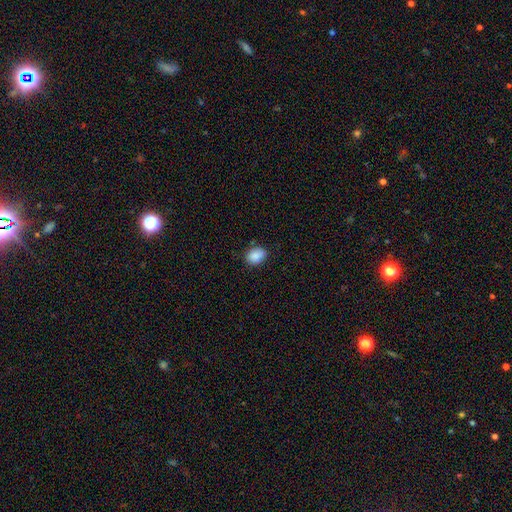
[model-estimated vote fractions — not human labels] Q: Smooth or featured?
A: smooth (88%); runner-up: star or artifact (8%)
Q: How rounded?
A: in between (71%); runner-up: round (28%)
Q: Merging?
A: none (79%); runner-up: minor disturbance (16%)